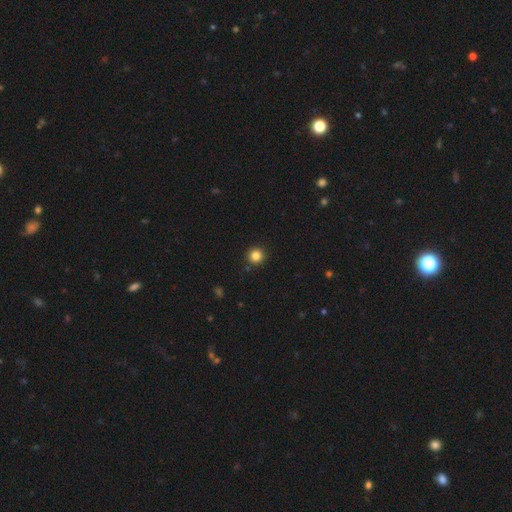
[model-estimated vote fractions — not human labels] smooth 84%, star or artifact 12%, featured or disk 4%. Down the decision tree: how rounded — round (95%); merging — none (92%).